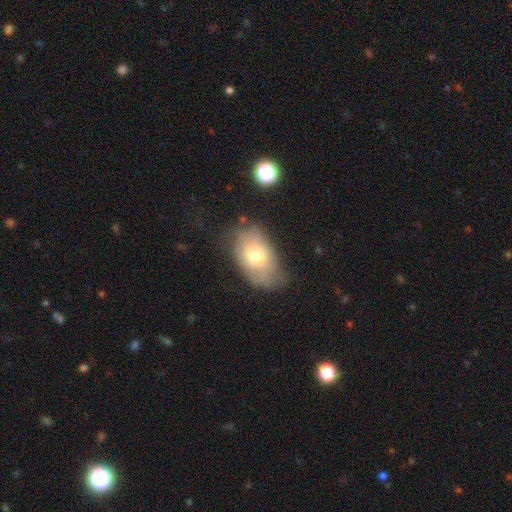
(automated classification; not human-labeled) Smooth or featured? Predicted: smooth (p=0.69). How rounded? Predicted: in between (p=0.89). Merging? Predicted: none (p=0.59).